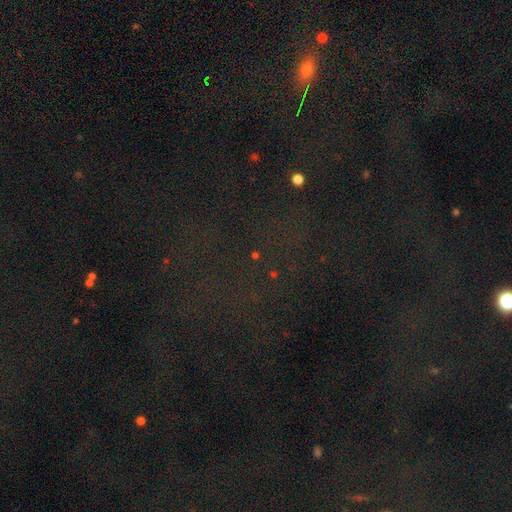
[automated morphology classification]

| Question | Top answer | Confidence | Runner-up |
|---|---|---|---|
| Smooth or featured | star or artifact | 73% | smooth (19%) |